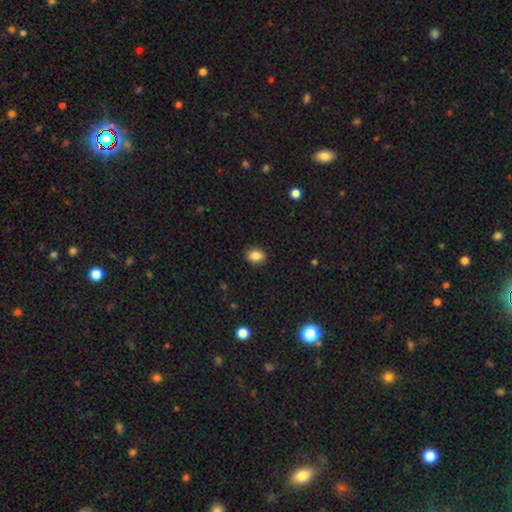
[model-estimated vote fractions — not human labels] smooth 85%, star or artifact 10%, featured or disk 5%. Down the decision tree: how rounded — in between (57%); merging — none (89%).